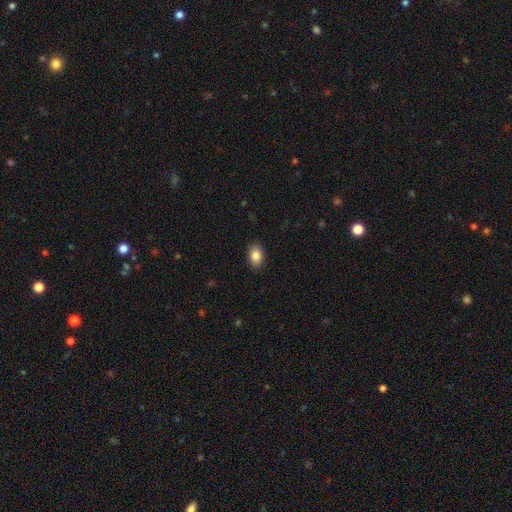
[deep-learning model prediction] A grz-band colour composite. It shows a smooth galaxy with no disk features (87%) that is in between round and cigar-shaped (83%). Merging: none (89%).